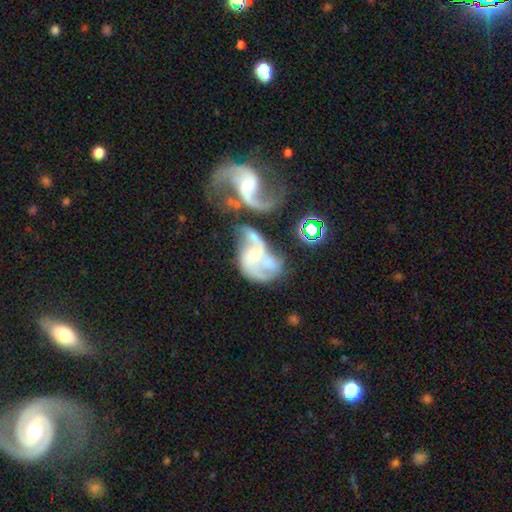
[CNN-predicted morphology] Smooth or featured? featured or disk (78%)
Edge-on disk? no (97%)
Bar? no (56%)
Spiral arms? yes (85%)
Spiral winding? loose (65%)
Spiral arm count? 2 (69%)
Bulge size? small (43%)
Merging? merger (61%)